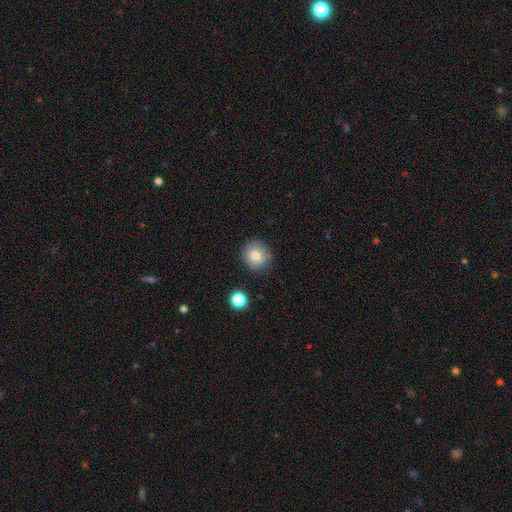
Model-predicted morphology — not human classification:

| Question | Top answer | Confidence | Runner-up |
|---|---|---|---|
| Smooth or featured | smooth | 80% | star or artifact (10%) |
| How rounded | round | 88% | in between (11%) |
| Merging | none | 86% | minor disturbance (9%) |